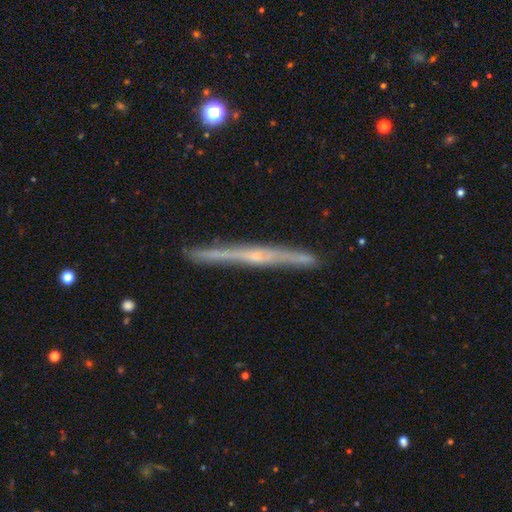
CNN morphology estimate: smooth-or-featured: featured or disk: 78% | smooth: 16% | star or artifact: 6%
  disk-edge-on: yes: 98% | no: 2%
    edge-on-bulge: rounded: 52% | none: 38% | boxy: 10%
  merging: none: 88% | minor disturbance: 9% | major disturbance: 2% | merger: 2%